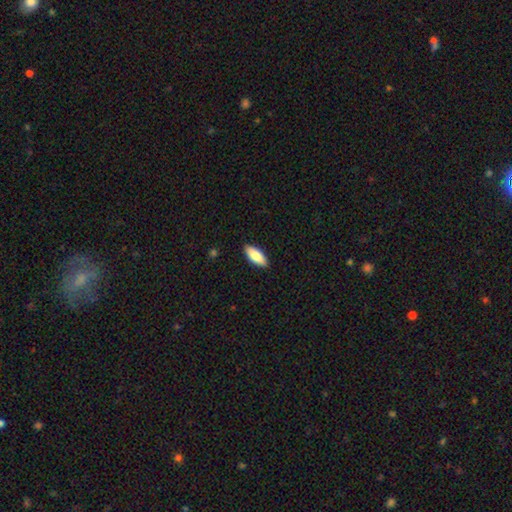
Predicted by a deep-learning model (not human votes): Overall: smooth (83%). How rounded: in between (81%). Merging: none (90%).